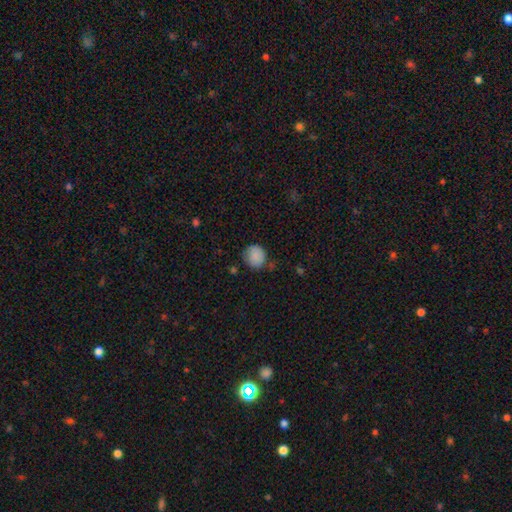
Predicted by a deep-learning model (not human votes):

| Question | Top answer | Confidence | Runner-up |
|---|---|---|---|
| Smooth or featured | smooth | 86% | star or artifact (8%) |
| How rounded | round | 84% | in between (15%) |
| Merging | none | 73% | minor disturbance (19%) |